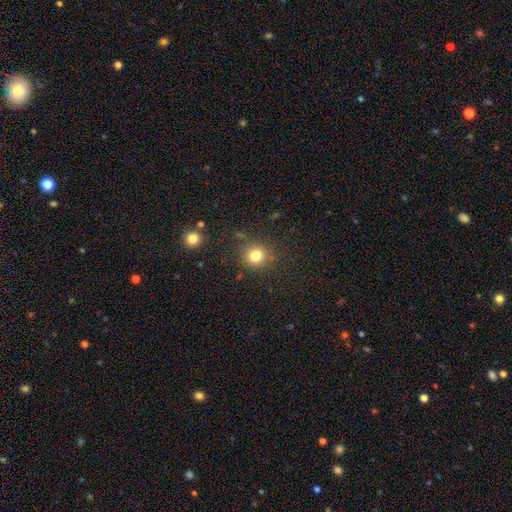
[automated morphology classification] smooth-or-featured: smooth: 81% | star or artifact: 13% | featured or disk: 6%
  how-rounded: round: 90% | in between: 9% | cigar-shaped: 1%
  merging: none: 83% | minor disturbance: 10% | major disturbance: 4% | merger: 3%